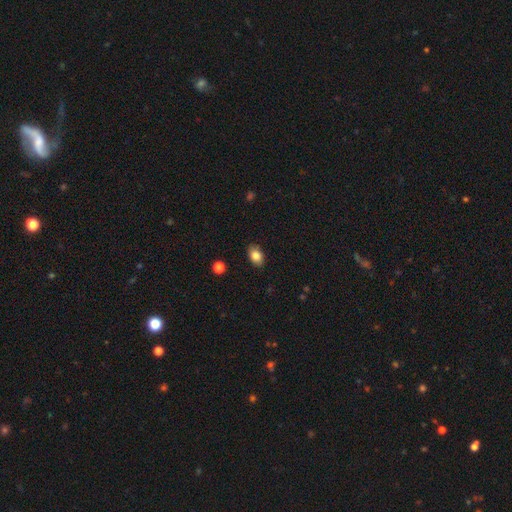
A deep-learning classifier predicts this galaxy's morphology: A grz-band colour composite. It shows a smooth galaxy with no disk features (84%) that is in between round and cigar-shaped (85%). Merging: none (88%).